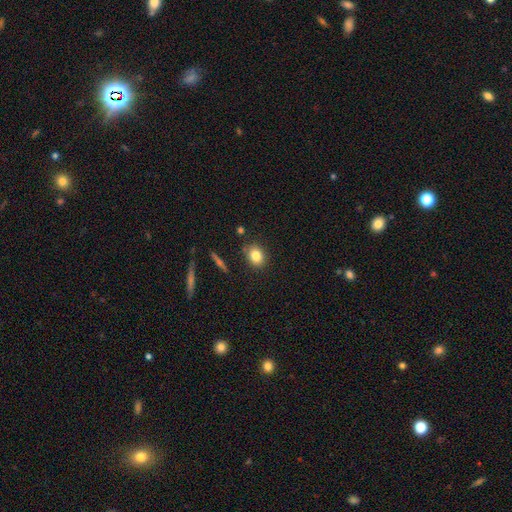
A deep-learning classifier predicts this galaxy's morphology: Smooth or featured? smooth (82%)
How rounded? round (49%, tied with in between)
Merging? none (83%)